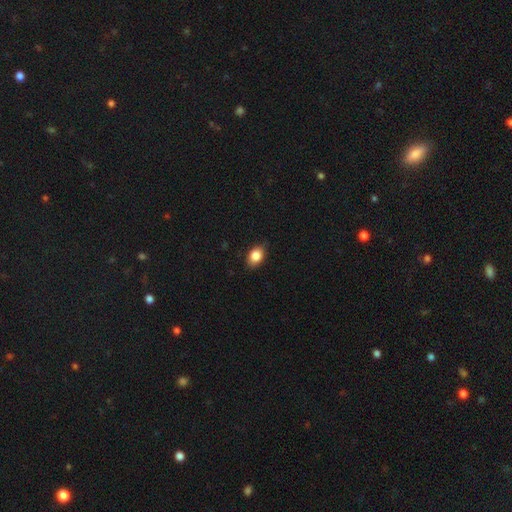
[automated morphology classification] Q: Smooth or featured?
A: smooth (85%); runner-up: star or artifact (8%)
Q: How rounded?
A: in between (79%); runner-up: round (20%)
Q: Merging?
A: none (83%); runner-up: minor disturbance (13%)